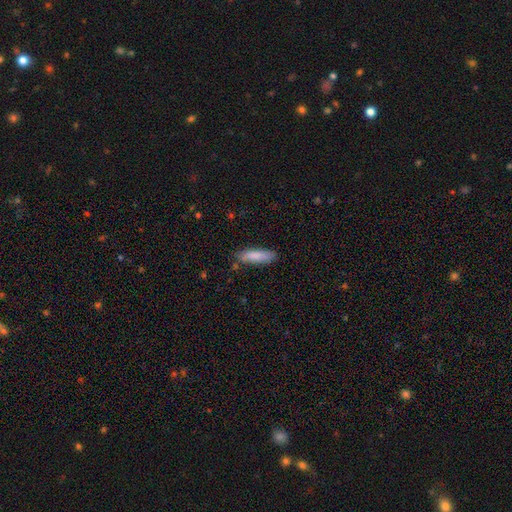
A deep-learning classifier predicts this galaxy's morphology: Smooth or featured?
  - smooth: 84% *
  - featured or disk: 10%
  - star or artifact: 6%
How rounded?
  - cigar-shaped: 64% *
  - in between: 34%
  - round: 1%
Merging?
  - none: 79% *
  - minor disturbance: 16%
  - major disturbance: 3%
  - merger: 2%